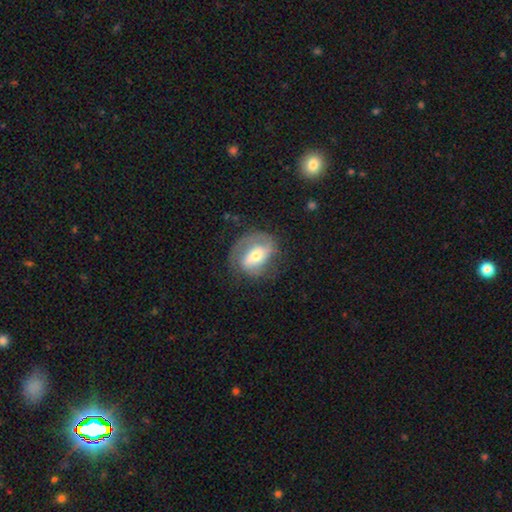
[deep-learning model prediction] featured or disk 66%, smooth 27%, star or artifact 7%. Down the decision tree: edge-on disk — no (95%); bar — no (39%); spiral arms — yes (81%); spiral arm count — 2 (68%); spiral winding — medium (42%); bulge size — moderate (52%); merging — none (64%).